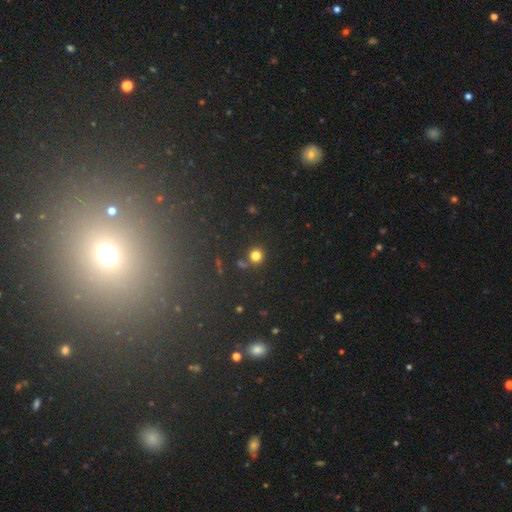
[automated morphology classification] Smooth or featured? smooth (78%)
How rounded? round (92%)
Merging? none (81%)